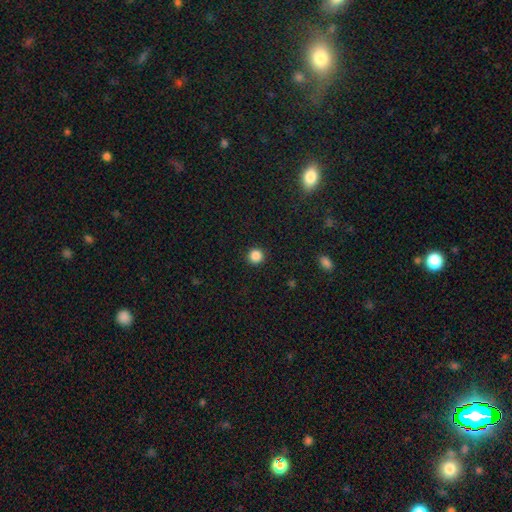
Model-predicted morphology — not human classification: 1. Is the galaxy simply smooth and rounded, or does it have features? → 86% smooth, 11% star or artifact, 3% featured or disk.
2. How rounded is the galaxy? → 95% round, 4% in between, 1% cigar-shaped.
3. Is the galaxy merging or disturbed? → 93% none, 5% minor disturbance, 2% major disturbance, 1% merger.